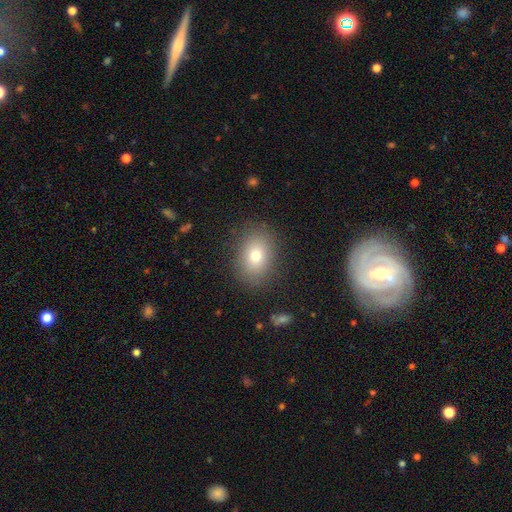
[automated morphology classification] A smooth galaxy with no disk features (75%) that is in between round and cigar-shaped (65%). Merging: none (85%).